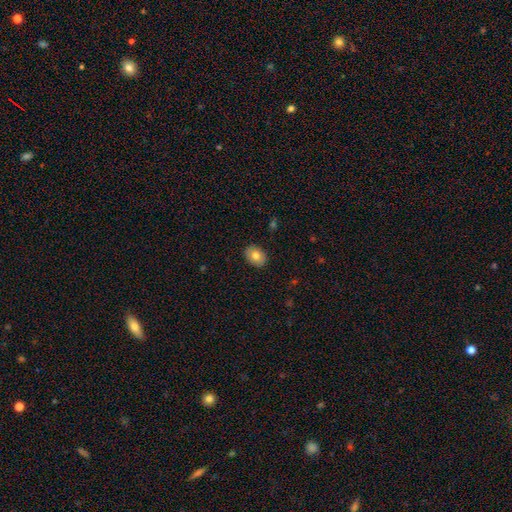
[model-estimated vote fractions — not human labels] Smooth or featured? Predicted: smooth (p=0.79). How rounded? Predicted: in between (p=0.71). Merging? Predicted: none (p=0.89).